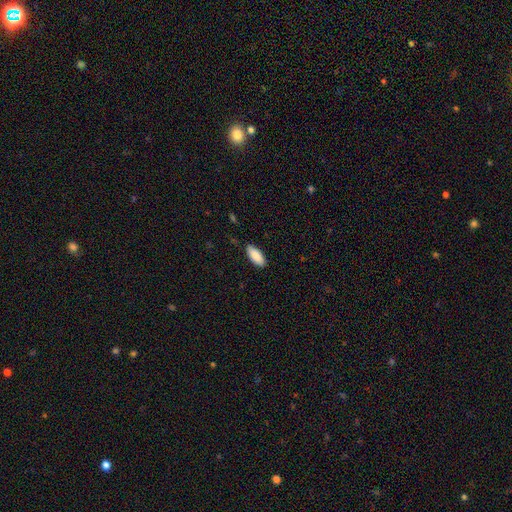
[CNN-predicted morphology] Smooth or featured? Predicted: smooth (p=0.88). How rounded? Predicted: in between (p=0.87). Merging? Predicted: none (p=0.86).